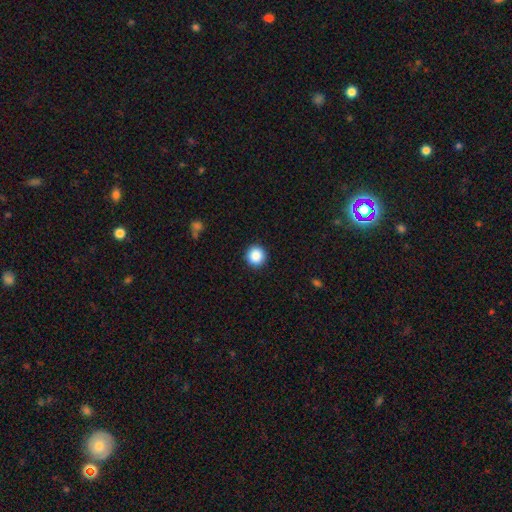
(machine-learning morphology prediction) Smooth or featured: smooth — 88% (star or artifact — 9%)
How rounded: round — 95% (in between — 4%)
Merging: none — 92% (minor disturbance — 5%)